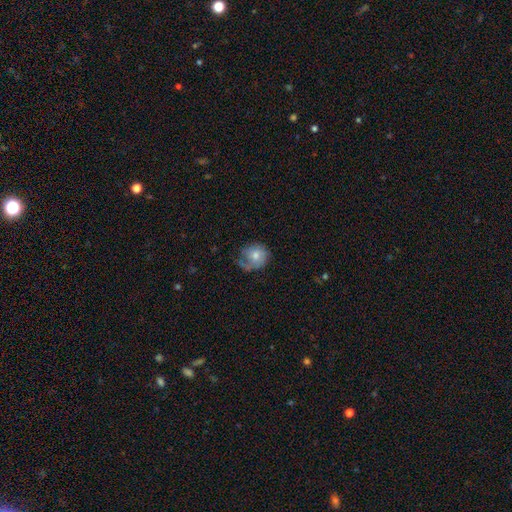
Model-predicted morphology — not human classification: Smooth or featured?
  - smooth: 55% *
  - featured or disk: 37%
  - star or artifact: 8%
How rounded?
  - round: 72% *
  - in between: 27%
  - cigar-shaped: 1%
Merging?
  - none: 45% *
  - minor disturbance: 30%
  - major disturbance: 22%
  - merger: 3%